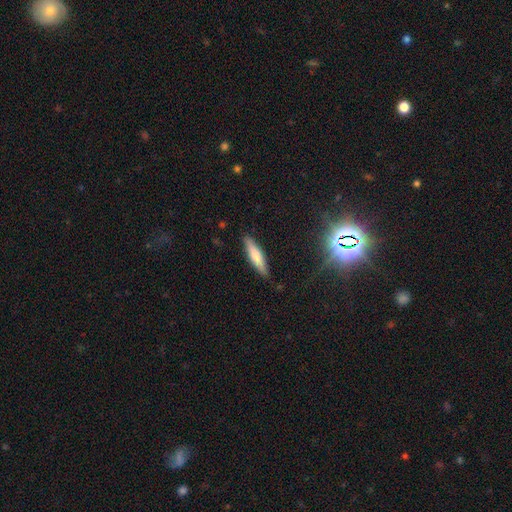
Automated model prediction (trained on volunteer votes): Smooth or featured? smooth (70%)
How rounded? cigar-shaped (76%)
Merging? none (88%)